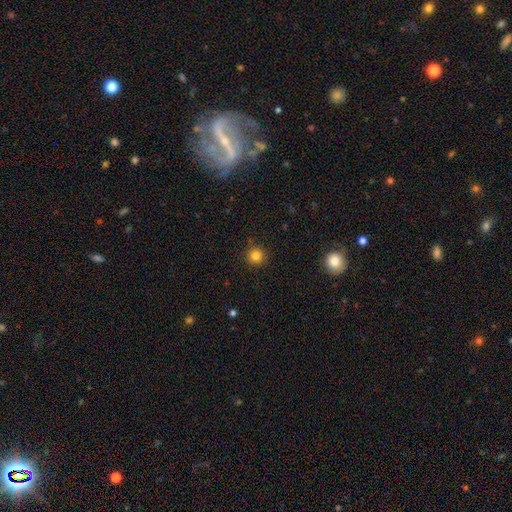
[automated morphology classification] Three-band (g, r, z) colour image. It shows a smooth galaxy with no disk features (83%) that is round (95%). Merging: none (89%).